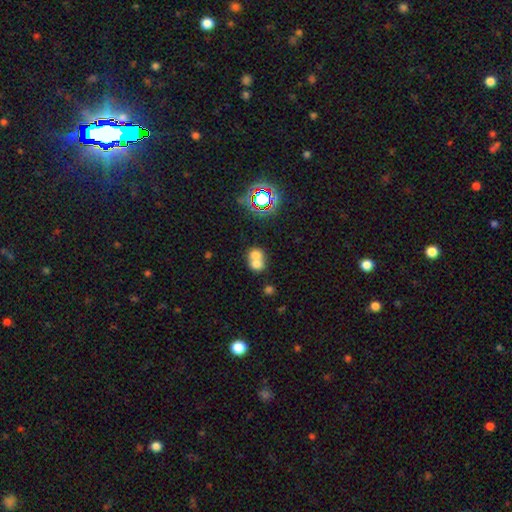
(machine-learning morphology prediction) A smooth galaxy with no disk features (67%) that is round (65%).

Vote fractions:
- Smooth or featured? smooth: 67% / featured or disk: 18% / star or artifact: 15%
- How rounded? round: 65% / in between: 34% / cigar-shaped: 1%
- Merging? merger: 67% / none: 25% / minor disturbance: 5% / major disturbance: 3%